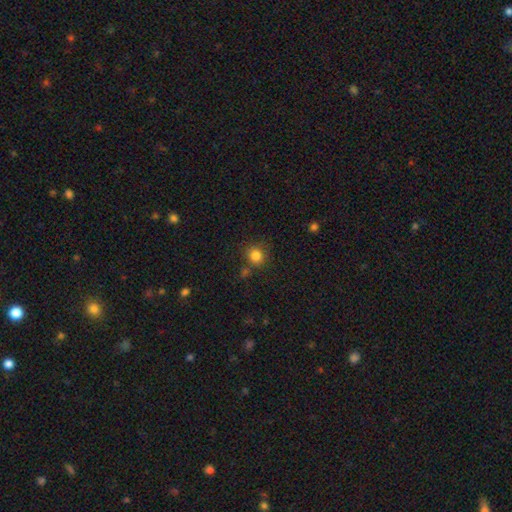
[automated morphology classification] Smooth or featured? Predicted: smooth (p=0.82). How rounded? Predicted: round (p=0.85). Merging? Predicted: none (p=0.73).